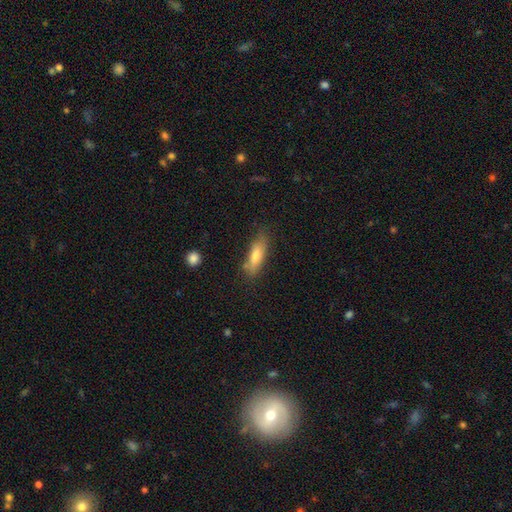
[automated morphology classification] smooth_or_featured: smooth (p=0.69) [alt: featured or disk p=0.23]
how_rounded: cigar-shaped (p=0.55) [alt: in between p=0.43]
merging: none (p=0.73) [alt: minor disturbance p=0.19]